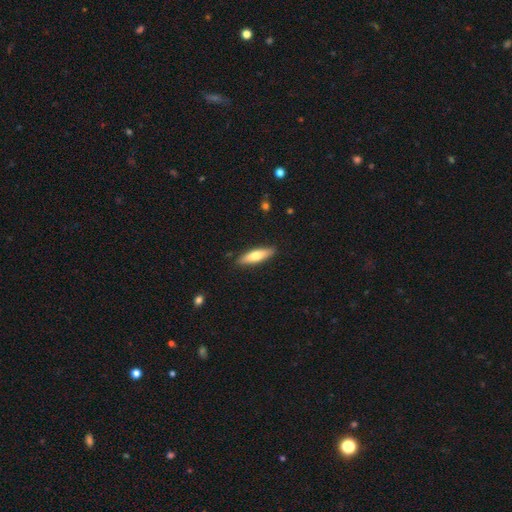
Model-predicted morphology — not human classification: type=smooth (63%); roundness=cigar-shaped (68%); merging=none (88%).